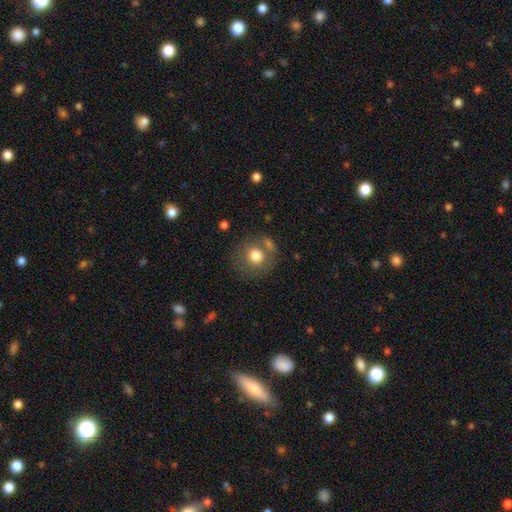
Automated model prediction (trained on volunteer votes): Morphology: type=smooth (76%); roundness=round (88%); merging=none (67%).